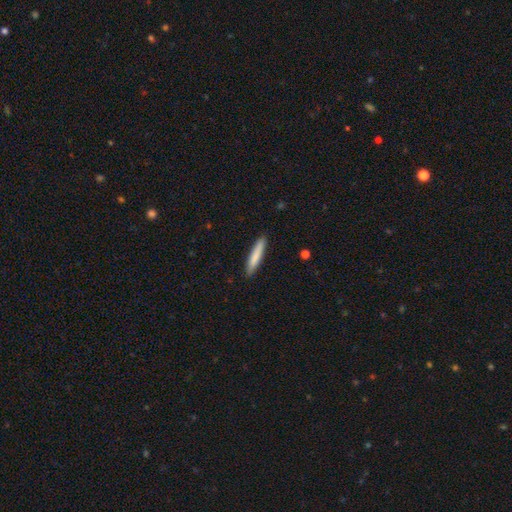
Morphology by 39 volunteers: Overall: smooth (87%). How rounded: cigar-shaped (97%). Merging: none (86%).